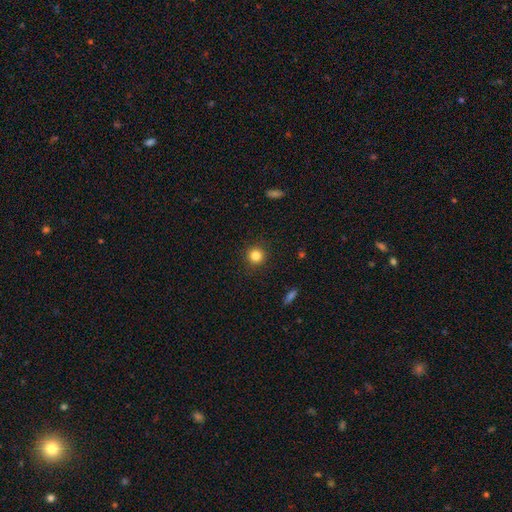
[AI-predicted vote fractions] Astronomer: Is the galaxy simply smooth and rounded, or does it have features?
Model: smooth — 83%.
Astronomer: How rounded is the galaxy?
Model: round — 94%.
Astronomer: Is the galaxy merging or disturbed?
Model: none — 91%.